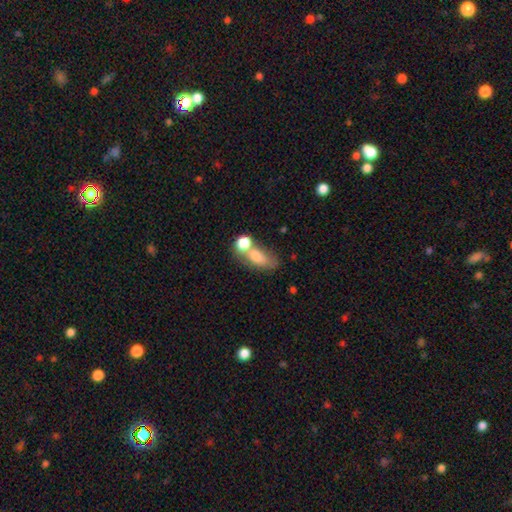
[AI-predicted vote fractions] A smooth galaxy with no disk features (72%) that is in between round and cigar-shaped (77%). Merging: merger (42%).